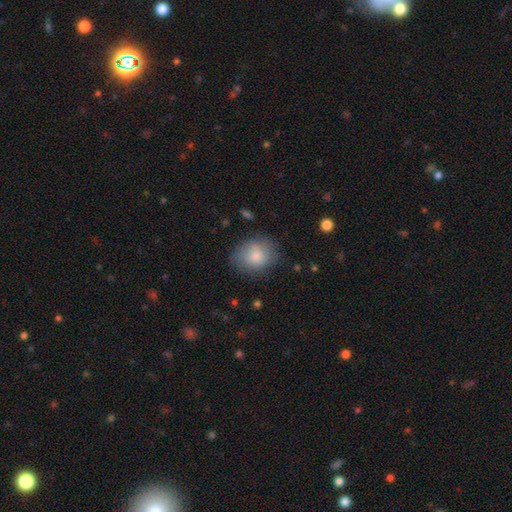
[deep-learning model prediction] Smooth or featured? Predicted: smooth (p=0.79). How rounded? Predicted: round (p=0.62). Merging? Predicted: none (p=0.70).